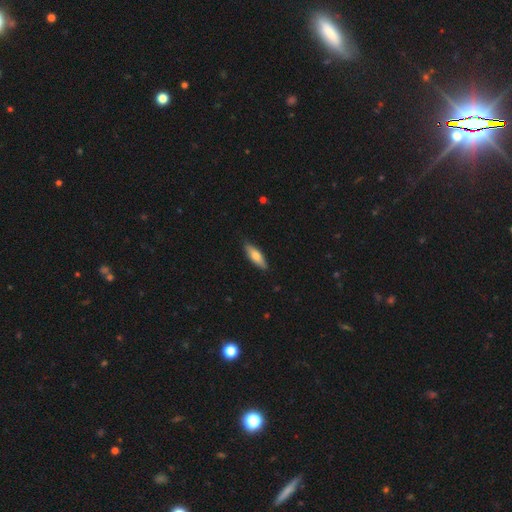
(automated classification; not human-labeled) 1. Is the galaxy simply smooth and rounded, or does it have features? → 69% smooth, 26% featured or disk, 6% star or artifact.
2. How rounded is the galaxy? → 52% in between, 46% cigar-shaped, 2% round.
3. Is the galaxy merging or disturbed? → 87% none, 10% minor disturbance, 2% major disturbance, 1% merger.